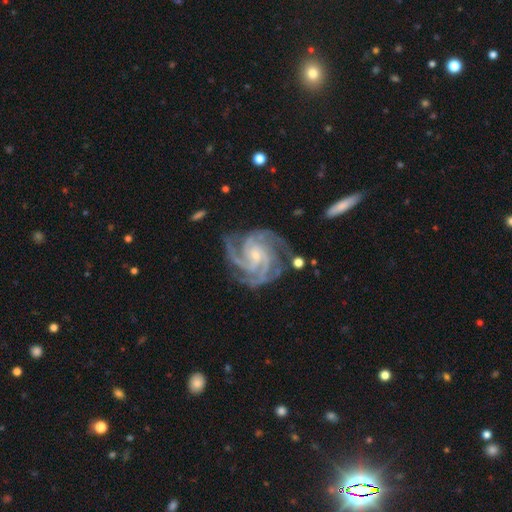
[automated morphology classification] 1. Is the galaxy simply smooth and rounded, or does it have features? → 94% featured or disk, 4% star or artifact, 2% smooth.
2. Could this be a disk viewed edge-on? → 98% no, 2% yes.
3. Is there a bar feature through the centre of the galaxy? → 63% no, 28% weak, 9% strong.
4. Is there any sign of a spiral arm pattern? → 99% yes, 1% no.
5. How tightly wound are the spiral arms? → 60% tight, 36% medium, 4% loose.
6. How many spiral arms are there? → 40% 4, 34% 3, 7% 2, 7% can't tell, 6% more than 4, 5% 1.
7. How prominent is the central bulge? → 80% small, 15% moderate, 3% none, 1% large, 1% dominant.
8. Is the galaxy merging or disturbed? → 73% none, 17% minor disturbance, 8% major disturbance, 2% merger.